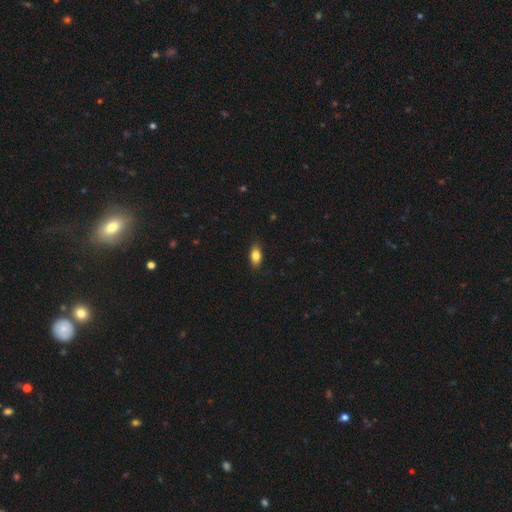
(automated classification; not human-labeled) smooth_or_featured: smooth (p=0.84) [alt: featured or disk p=0.08]
how_rounded: in between (p=0.88) [alt: round p=0.06]
merging: none (p=0.87) [alt: minor disturbance p=0.10]